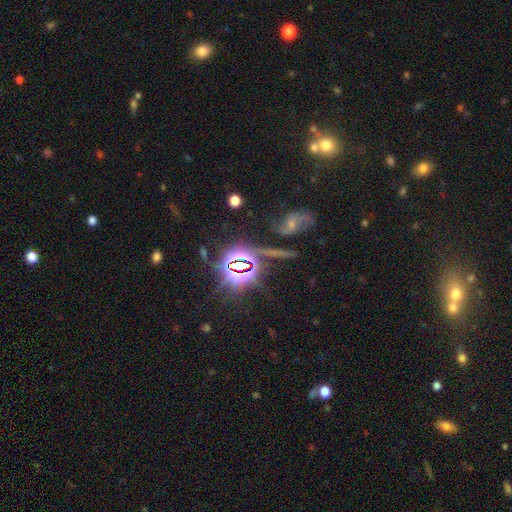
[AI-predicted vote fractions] Q: Smooth or featured?
A: star or artifact (78%); runner-up: smooth (13%)